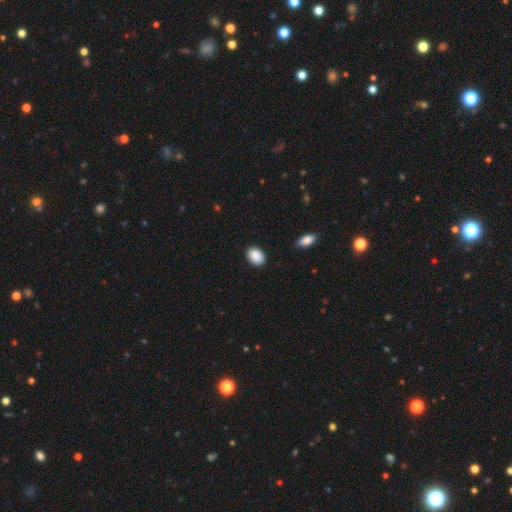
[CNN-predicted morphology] This appears to be a smooth galaxy with no disk features (90%) that is in between round and cigar-shaped (72%). Merging: none (87%).